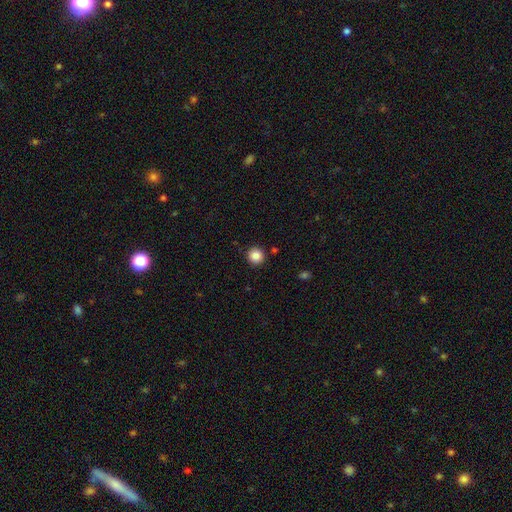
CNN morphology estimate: Smooth or featured?
  - smooth: 86% *
  - star or artifact: 10%
  - featured or disk: 4%
How rounded?
  - round: 95% *
  - in between: 4%
  - cigar-shaped: 1%
Merging?
  - none: 91% *
  - minor disturbance: 6%
  - merger: 2%
  - major disturbance: 2%